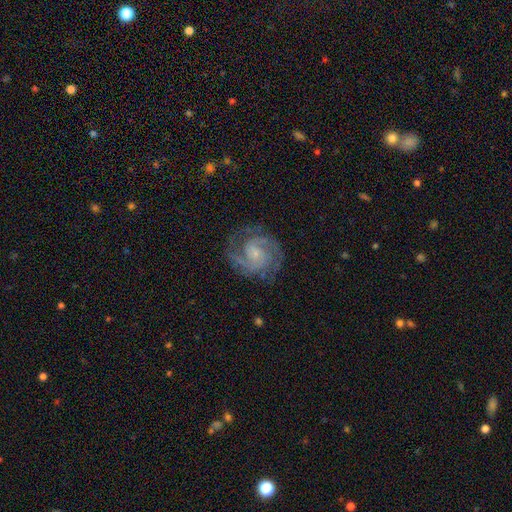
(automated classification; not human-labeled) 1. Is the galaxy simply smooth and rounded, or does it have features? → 88% featured or disk, 6% smooth, 5% star or artifact.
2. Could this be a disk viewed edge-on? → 98% no, 2% yes.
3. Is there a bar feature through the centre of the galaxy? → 56% no, 37% weak, 7% strong.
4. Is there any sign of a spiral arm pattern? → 98% yes, 2% no.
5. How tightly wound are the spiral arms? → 48% tight, 44% medium, 8% loose.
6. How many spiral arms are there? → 70% 2, 13% 3, 8% can't tell, 3% 4, 3% 1, 3% more than 4.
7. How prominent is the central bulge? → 69% small, 18% moderate, 11% none, 2% large, 1% dominant.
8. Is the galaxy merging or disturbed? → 77% none, 15% minor disturbance, 7% major disturbance, 1% merger.